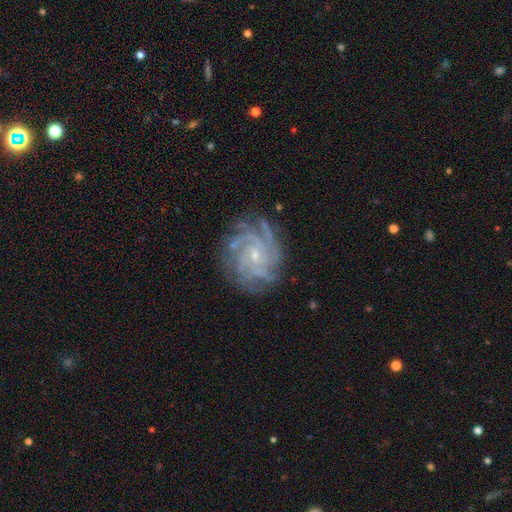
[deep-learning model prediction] Q: Smooth or featured?
A: featured or disk (88%); runner-up: star or artifact (7%)
Q: Edge-on disk?
A: no (98%); runner-up: yes (2%)
Q: Bar?
A: no (66%); runner-up: weak (27%)
Q: Spiral arms?
A: yes (98%); runner-up: no (2%)
Q: Spiral winding?
A: tight (70%); runner-up: medium (26%)
Q: Spiral arm count?
A: 4 (32%); runner-up: more than 4 (20%)
Q: Bulge size?
A: small (77%); runner-up: moderate (19%)
Q: Merging?
A: none (79%); runner-up: minor disturbance (15%)